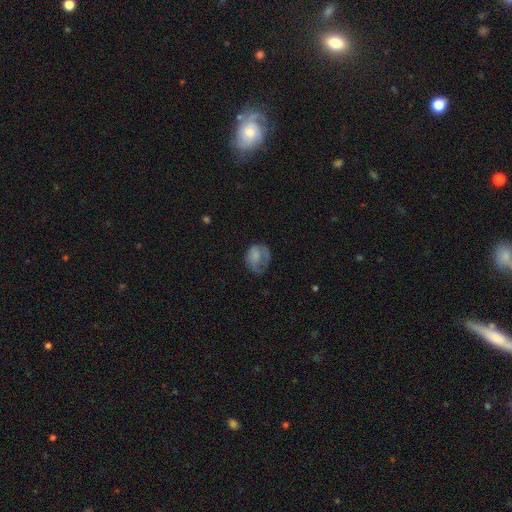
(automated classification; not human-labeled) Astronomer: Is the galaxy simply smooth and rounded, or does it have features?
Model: smooth — 66%.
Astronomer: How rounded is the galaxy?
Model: round — 54% (runner-up: in between, 45%).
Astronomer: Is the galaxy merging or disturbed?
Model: none — 41% (runner-up: minor disturbance, 29%).